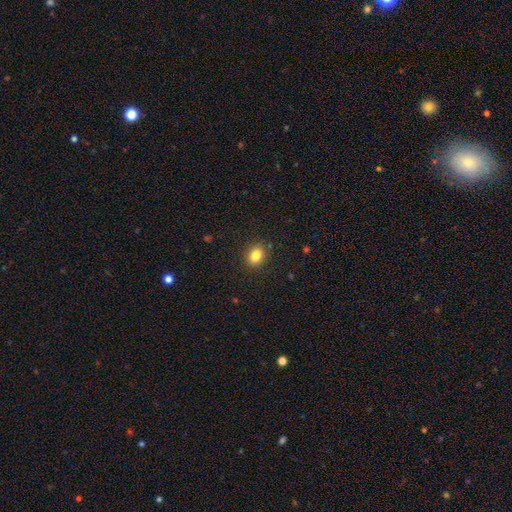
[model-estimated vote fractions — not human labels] Overall: smooth (83%). How rounded: in between (51%; round 48%). Merging: none (88%).